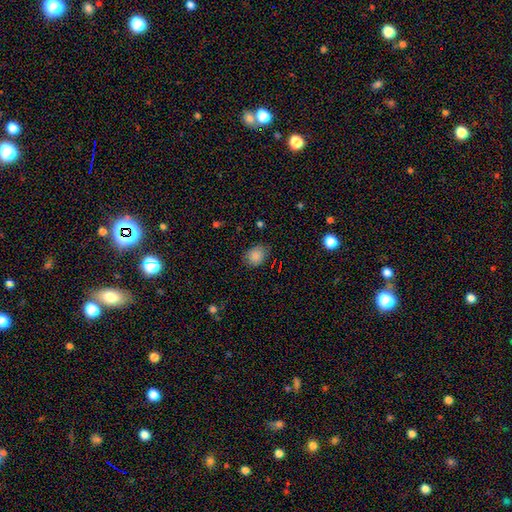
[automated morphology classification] A smooth galaxy with no disk features (85%) that is round (52%).

Vote fractions:
- Smooth or featured? smooth: 85% / star or artifact: 10% / featured or disk: 5%
- How rounded? round: 52% / in between: 47% / cigar-shaped: 1%
- Merging? none: 81% / minor disturbance: 15% / major disturbance: 3% / merger: 1%